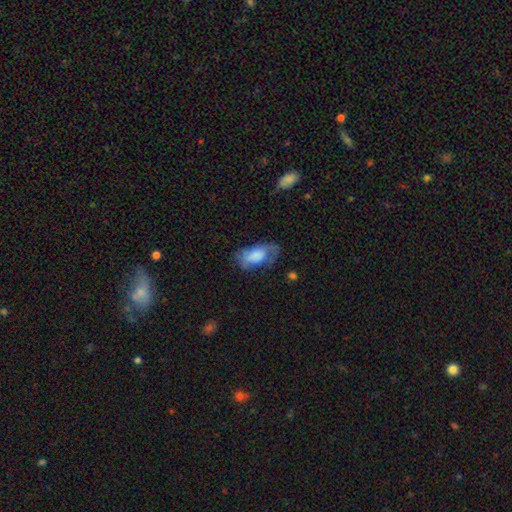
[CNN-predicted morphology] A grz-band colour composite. It shows a smooth galaxy with no disk features (63%) that is in between round and cigar-shaped (92%). Merging: none (40%).